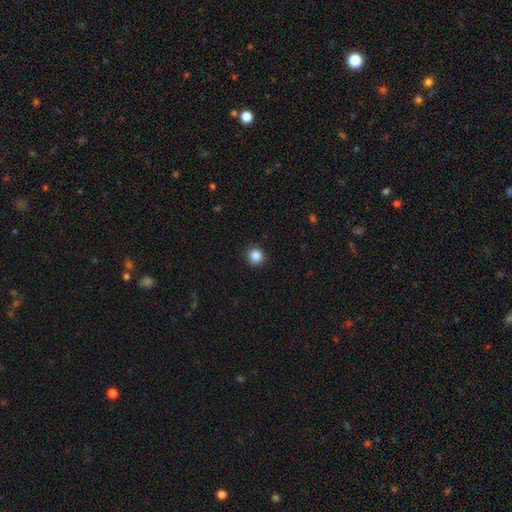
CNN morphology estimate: This appears to be a smooth galaxy with no disk features (86%) that is round (91%). Merging: none (91%).